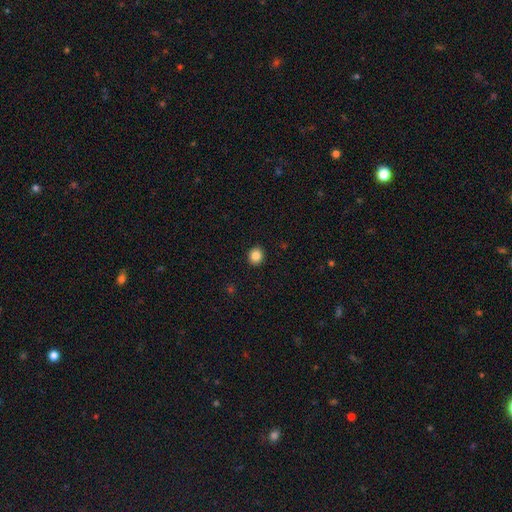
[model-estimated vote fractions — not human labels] Smooth or featured?
  - smooth: 85% *
  - star or artifact: 10%
  - featured or disk: 5%
How rounded?
  - round: 84% *
  - in between: 15%
  - cigar-shaped: 1%
Merging?
  - none: 93% *
  - minor disturbance: 5%
  - major disturbance: 2%
  - merger: 1%